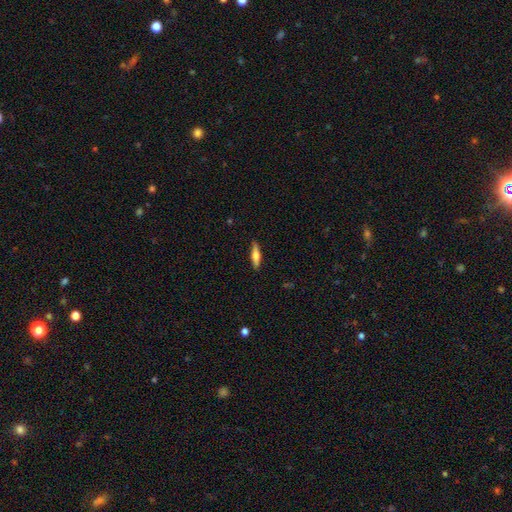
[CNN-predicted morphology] The model was most divided on "smooth or featured": smooth: 57%, featured or disk: 37%, star or artifact: 6%. More confident: merging — none (87%); how rounded — cigar-shaped (68%).